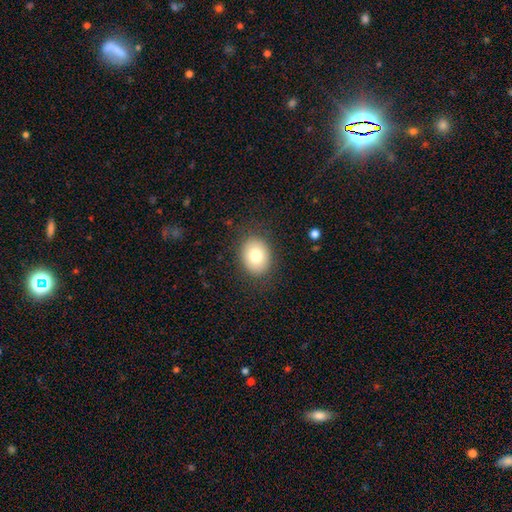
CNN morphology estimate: The model was most divided on "how rounded": in between: 56%, round: 43%, cigar-shaped: 1%. More confident: merging — none (85%); smooth or featured — smooth (78%).